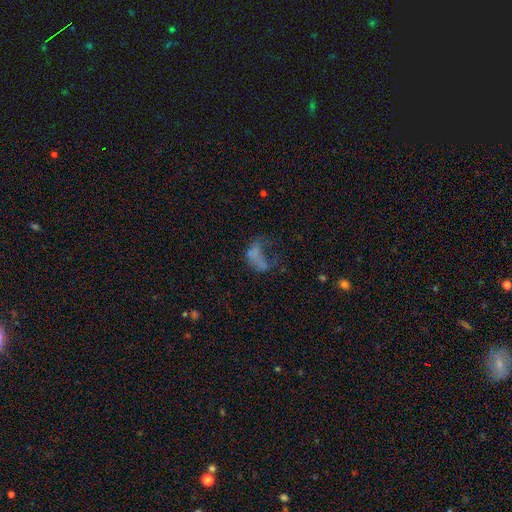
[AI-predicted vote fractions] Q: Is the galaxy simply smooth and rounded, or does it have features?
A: smooth — 45%.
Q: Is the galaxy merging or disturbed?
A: major disturbance — 48%.